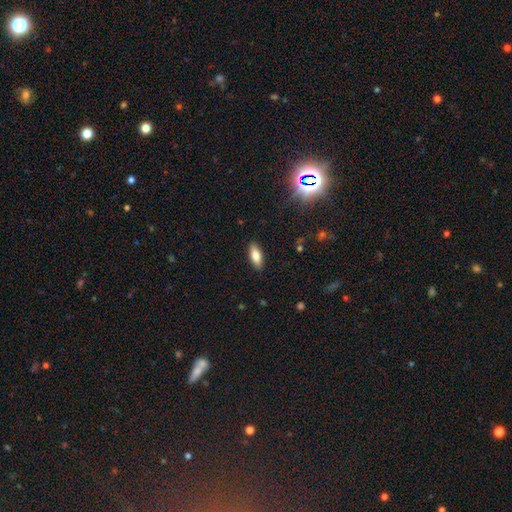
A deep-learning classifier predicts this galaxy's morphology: This appears to be a smooth galaxy with no disk features (78%) that is in between round and cigar-shaped (75%). Merging: none (89%).